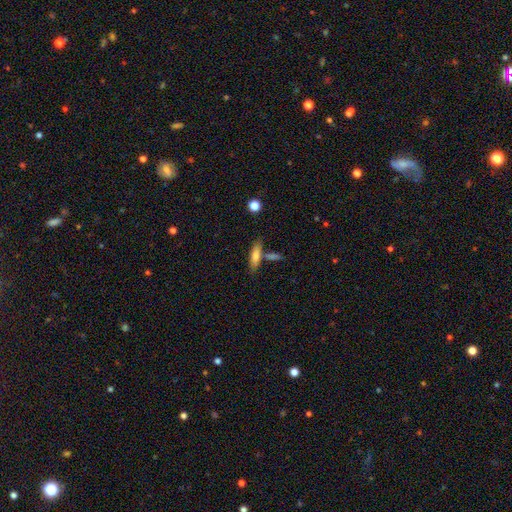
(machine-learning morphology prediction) Smooth or featured? smooth (71%)
How rounded? cigar-shaped (63%)
Merging? none (66%)